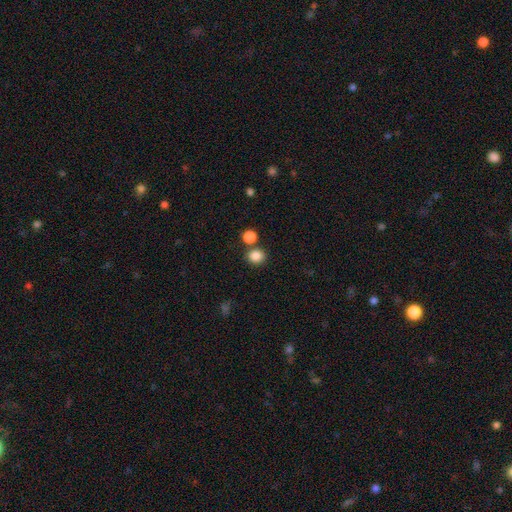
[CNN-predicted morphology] smooth-or-featured: smooth: 85% | star or artifact: 11% | featured or disk: 4%
  how-rounded: round: 77% | in between: 22% | cigar-shaped: 1%
  merging: none: 74% | merger: 15% | minor disturbance: 8% | major disturbance: 3%